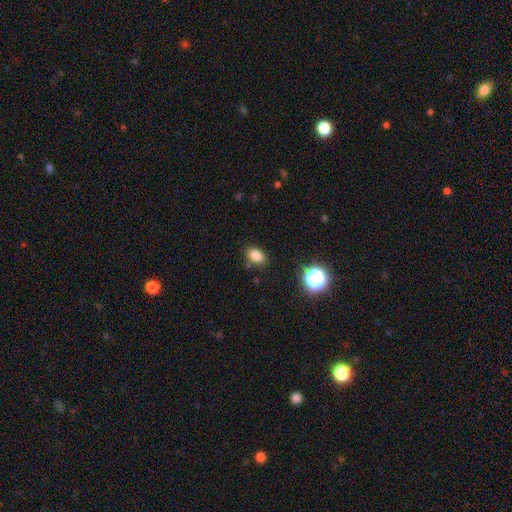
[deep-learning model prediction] Smooth or featured: smooth — 82% (star or artifact — 13%)
How rounded: in between — 77% (round — 22%)
Merging: none — 84% (minor disturbance — 11%)